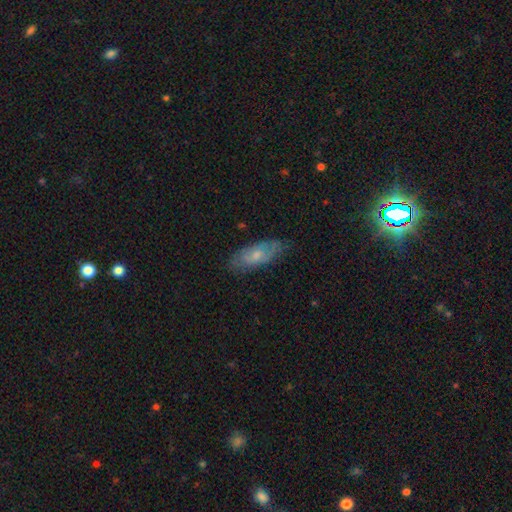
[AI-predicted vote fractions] This is possibly a smooth galaxy (52%). How rounded: likely in between (75%). Merging: likely none (76%).